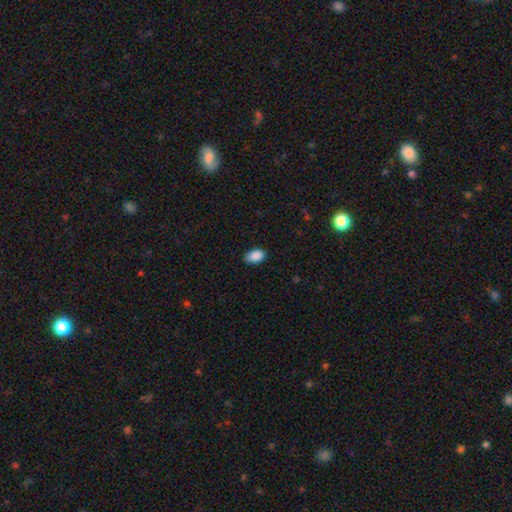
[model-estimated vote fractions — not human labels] smooth_or_featured: smooth (p=0.89) [alt: star or artifact p=0.08]
how_rounded: in between (p=0.91) [alt: round p=0.07]
merging: none (p=0.78) [alt: minor disturbance p=0.18]